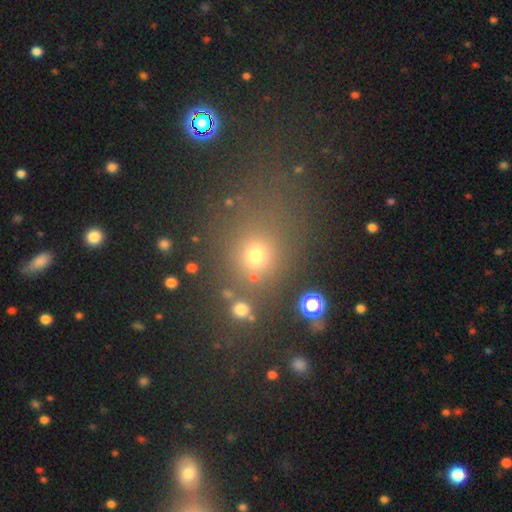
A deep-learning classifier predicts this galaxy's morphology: Smooth or featured? smooth (71%)
How rounded? round (80%)
Merging? none (68%)